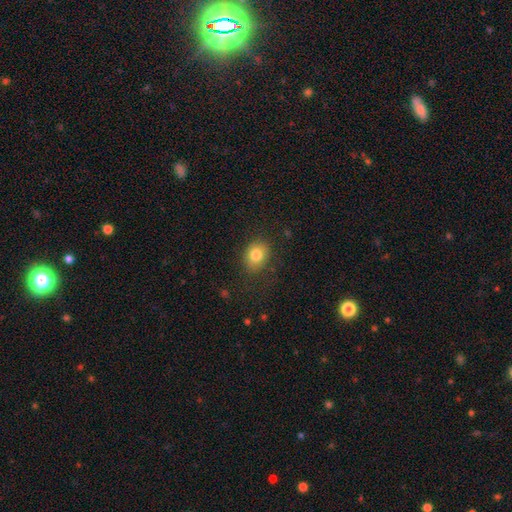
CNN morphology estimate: This is clearly a smooth galaxy (81%). How rounded: possibly round (52%). Merging: likely none (79%).